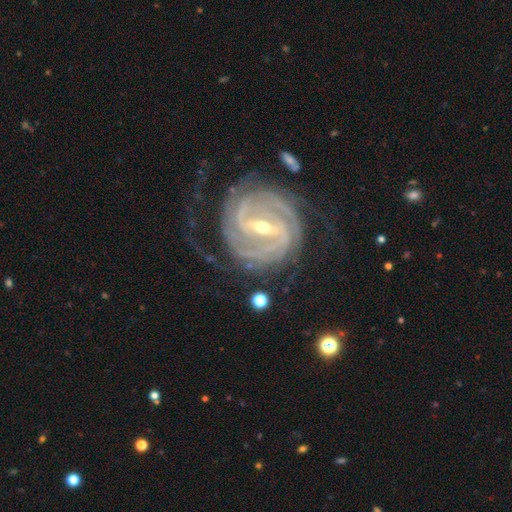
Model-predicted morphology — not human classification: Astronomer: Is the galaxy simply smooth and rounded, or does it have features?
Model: featured or disk — 93%.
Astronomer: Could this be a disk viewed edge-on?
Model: no — 97%.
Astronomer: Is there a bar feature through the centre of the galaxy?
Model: strong — 73%.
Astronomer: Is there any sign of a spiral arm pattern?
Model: yes — 98%.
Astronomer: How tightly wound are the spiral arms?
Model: tight — 76%.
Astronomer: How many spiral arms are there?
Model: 2 — 38% (runner-up: 3, 23%).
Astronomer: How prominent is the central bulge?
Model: small — 54% (runner-up: moderate, 43%).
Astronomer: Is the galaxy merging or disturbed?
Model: none — 70%.